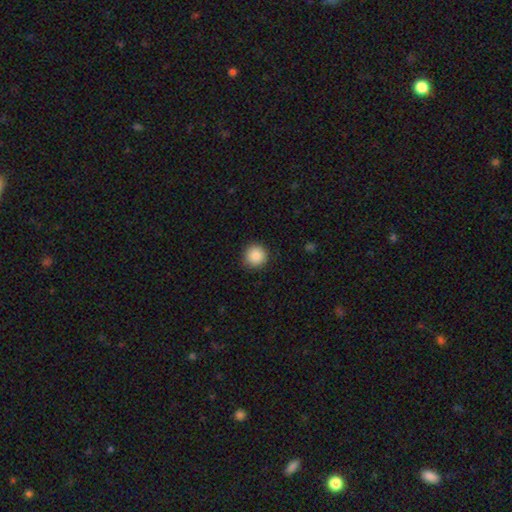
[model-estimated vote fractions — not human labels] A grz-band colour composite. It shows a smooth galaxy with no disk features (88%) that is round (95%). Merging: none (91%).